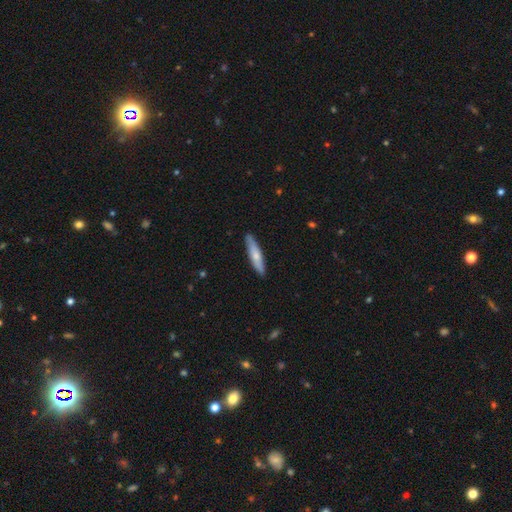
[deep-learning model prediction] A smooth galaxy with no disk features (63%) that is cigar-shaped (84%).

Vote fractions:
- Smooth or featured? smooth: 63% / featured or disk: 31% / star or artifact: 5%
- How rounded? cigar-shaped: 84% / in between: 14% / round: 1%
- Merging? none: 89% / minor disturbance: 9% / major disturbance: 2% / merger: 1%